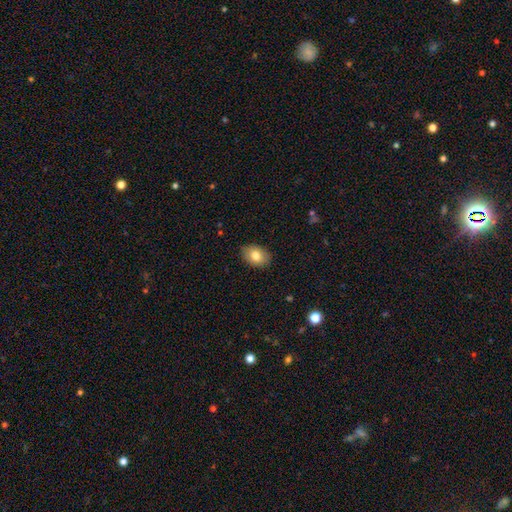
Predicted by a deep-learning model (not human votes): This appears to be a smooth galaxy with no disk features (80%) that is in between round and cigar-shaped (81%). Merging: none (86%).